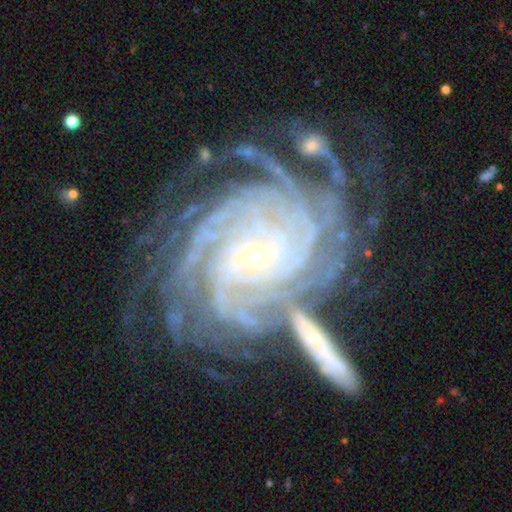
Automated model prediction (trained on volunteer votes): The model was most divided on "spiral arm count": more than 4: 38%, 4: 27%, can't tell: 13%, 3: 9%, 2: 7%, 1: 7%. More confident: spiral arms — yes (99%); edge-on disk — no (97%); smooth or featured — featured or disk (92%); bulge size — small (84%); spiral winding — tight (83%); bar — no (63%); merging — none (53%).